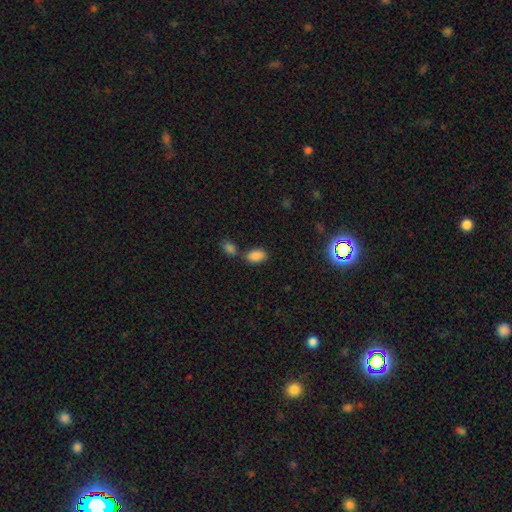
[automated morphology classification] smooth-or-featured: smooth: 85% | star or artifact: 10% | featured or disk: 5%
  how-rounded: in between: 92% | round: 5% | cigar-shaped: 2%
  merging: none: 59% | merger: 25% | minor disturbance: 12% | major disturbance: 4%